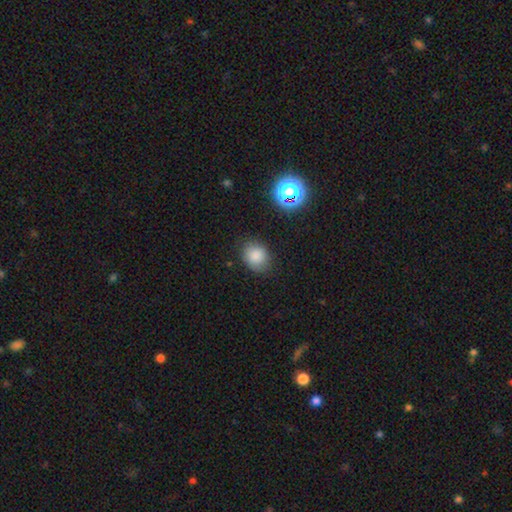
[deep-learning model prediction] Q: Smooth or featured?
A: smooth (83%); runner-up: star or artifact (12%)
Q: How rounded?
A: round (61%); runner-up: in between (38%)
Q: Merging?
A: none (80%); runner-up: minor disturbance (15%)